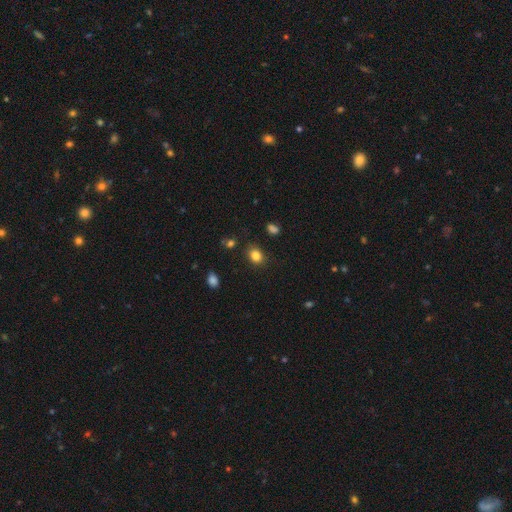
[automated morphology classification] type=smooth (83%); roundness=in between (55%); merging=none (83%).